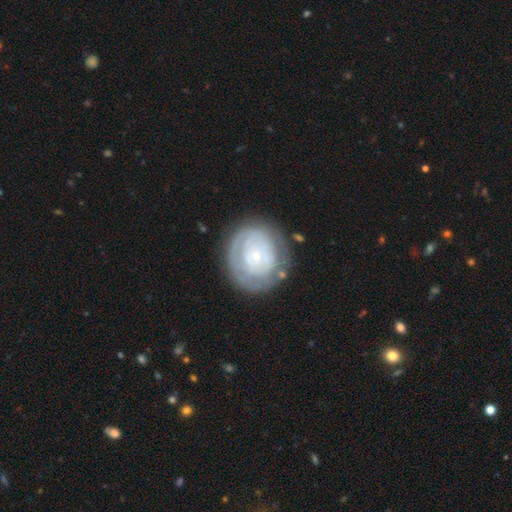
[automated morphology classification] Smooth or featured? featured or disk (64%)
Edge-on disk? no (97%)
Bar? no (86%)
Spiral arms? yes (56%)
Bulge size? small (82%)
Merging? none (72%)